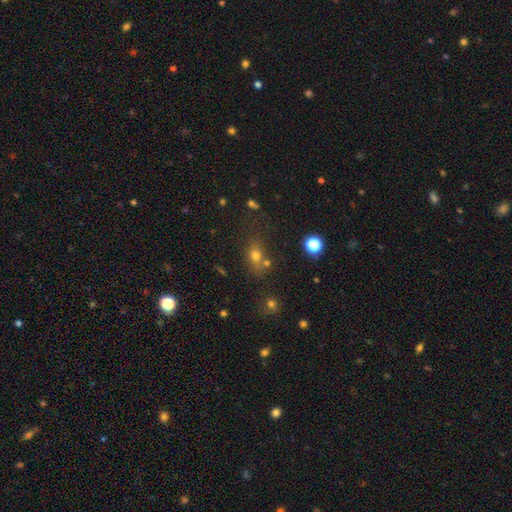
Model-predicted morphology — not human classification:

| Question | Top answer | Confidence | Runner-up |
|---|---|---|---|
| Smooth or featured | smooth | 66% | star or artifact (21%) |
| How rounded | in between | 51% | round (46%) |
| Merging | none | 59% | merger (19%) |